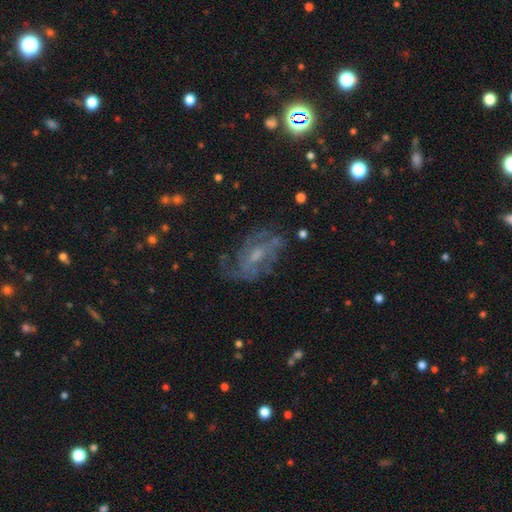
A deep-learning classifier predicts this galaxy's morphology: This is likely a featured or disk galaxy (70%). It is clearly not viewed edge-on (95%). Bar: possibly no (46%). Spiral arm pattern: clearly yes (81%). Spiral arm count: marginally can't tell (42%). Spiral winding: marginally medium (44%). Central bulge: possibly small (48%). Merging: likely none (63%).